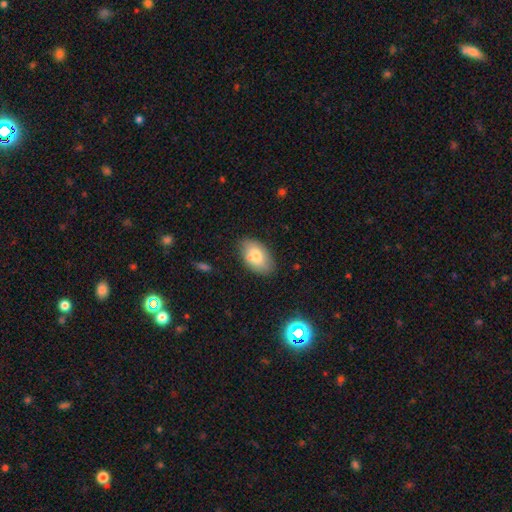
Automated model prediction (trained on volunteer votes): This appears to be a smooth galaxy with no disk features (77%) that is in between round and cigar-shaped (92%). Merging: none (77%).